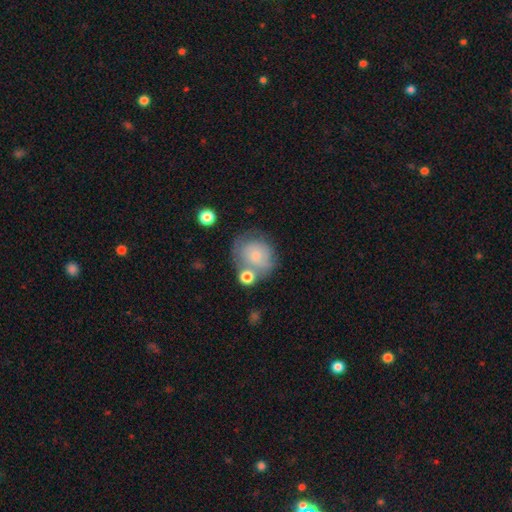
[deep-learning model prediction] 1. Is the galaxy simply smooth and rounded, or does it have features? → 68% smooth, 23% featured or disk, 9% star or artifact.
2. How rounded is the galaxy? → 75% round, 24% in between, 1% cigar-shaped.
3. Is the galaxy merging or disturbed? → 49% none, 23% minor disturbance, 18% merger, 11% major disturbance.